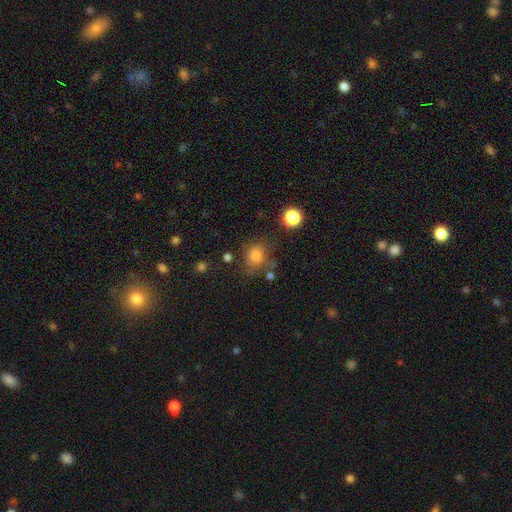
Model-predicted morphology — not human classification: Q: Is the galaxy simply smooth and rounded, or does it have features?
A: smooth — 79%.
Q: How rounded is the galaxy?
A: round — 72%.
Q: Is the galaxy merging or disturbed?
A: none — 63%.